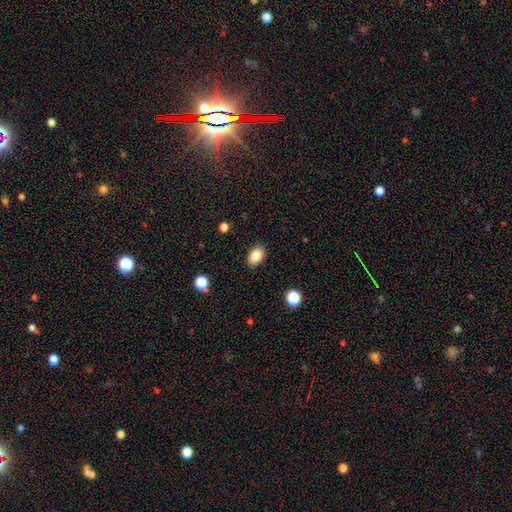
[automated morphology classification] type=smooth (85%); roundness=in between (84%); merging=none (88%).